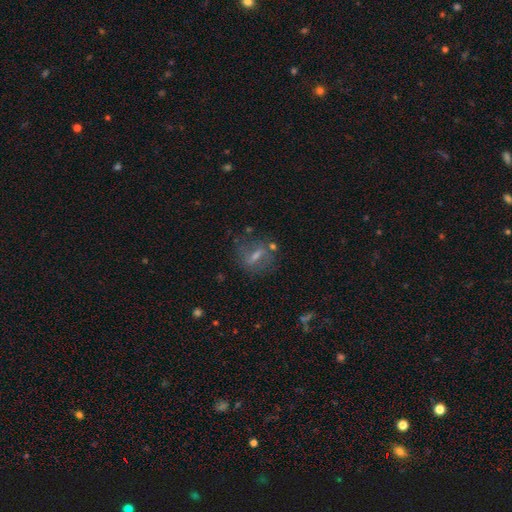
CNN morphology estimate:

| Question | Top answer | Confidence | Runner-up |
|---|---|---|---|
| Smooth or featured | featured or disk | 45% | smooth (36%) |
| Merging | none | 66% | minor disturbance (17%) |